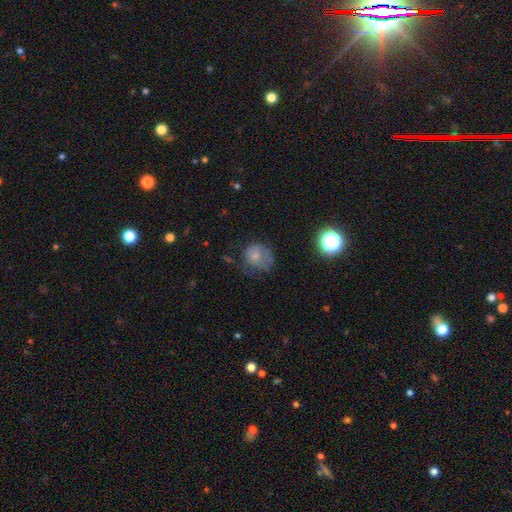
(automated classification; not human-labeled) Morphology: type=smooth (67%); roundness=round (71%); merging=none (42%).